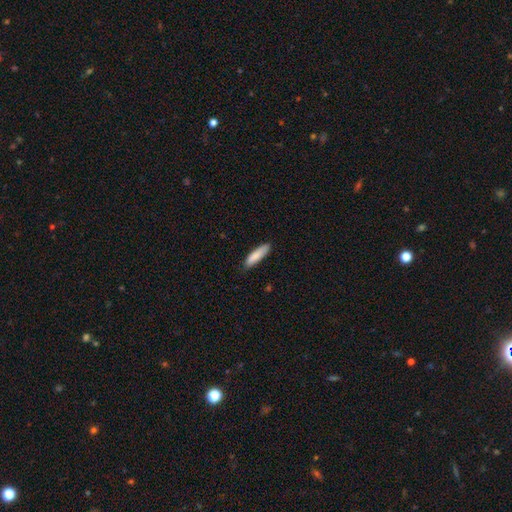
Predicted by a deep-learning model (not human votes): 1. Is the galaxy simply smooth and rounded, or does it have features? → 86% smooth, 9% featured or disk, 6% star or artifact.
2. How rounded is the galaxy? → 69% cigar-shaped, 30% in between, 1% round.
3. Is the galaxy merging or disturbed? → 83% none, 14% minor disturbance, 2% major disturbance, 1% merger.